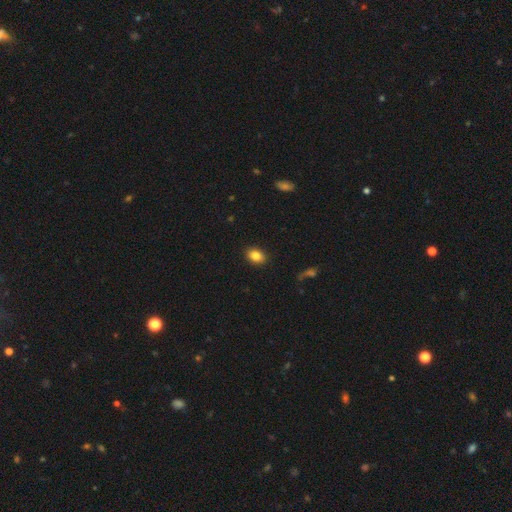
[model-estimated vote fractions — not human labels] smooth-or-featured: smooth: 84% | star or artifact: 9% | featured or disk: 7%
  how-rounded: in between: 73% | round: 26% | cigar-shaped: 1%
  merging: none: 90% | minor disturbance: 7% | major disturbance: 2% | merger: 1%